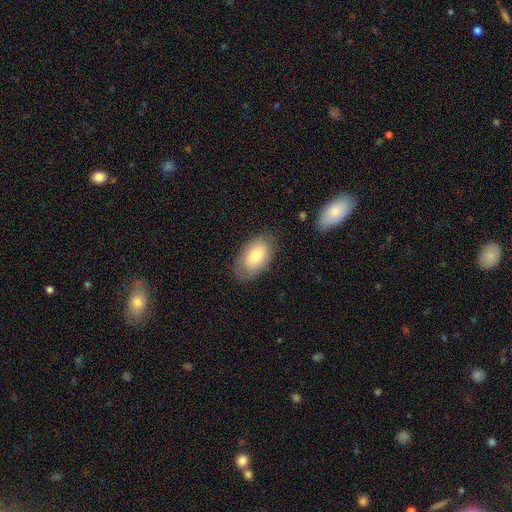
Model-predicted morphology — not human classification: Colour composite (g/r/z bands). It shows a smooth galaxy with no disk features (75%) that is in between round and cigar-shaped (94%). Merging: none (76%).